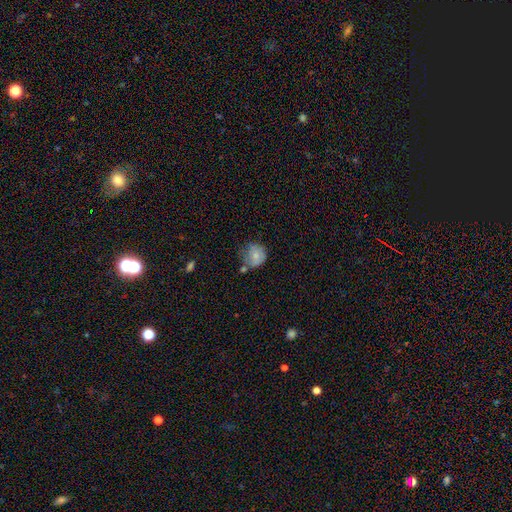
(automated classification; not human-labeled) Smooth or featured? smooth (73%)
How rounded? round (77%)
Merging? none (44%)